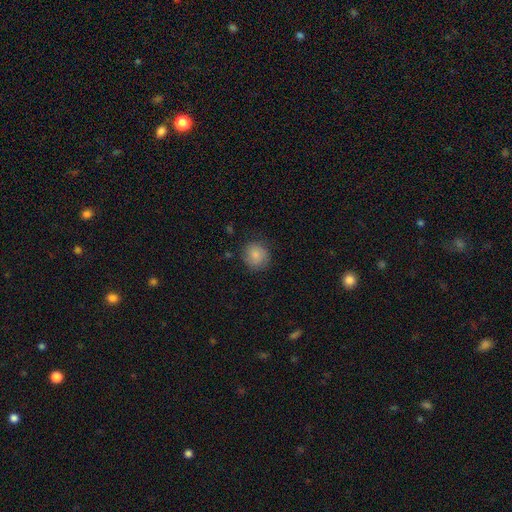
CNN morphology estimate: type=smooth (84%); roundness=round (88%); merging=none (81%).